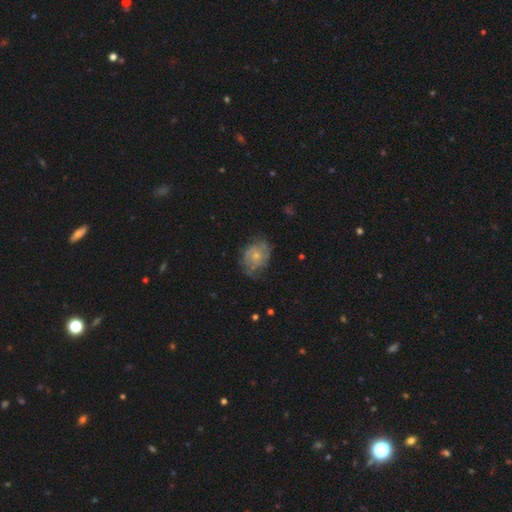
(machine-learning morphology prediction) A featured or disk galaxy (54%) with no bar (83%), spiral arms (71%) and a small central bulge (60%).

Vote fractions:
- Smooth or featured? featured or disk: 54% / smooth: 38% / star or artifact: 8%
- Edge-on disk? no: 97% / yes: 3%
- Bar? no: 83% / weak: 15% / strong: 2%
- Spiral arms? yes: 71% / no: 29%
- Bulge size? small: 60% / moderate: 34% / none: 3% / large: 2% / dominant: 1%
- Merging? none: 55% / minor disturbance: 30% / major disturbance: 13% / merger: 2%